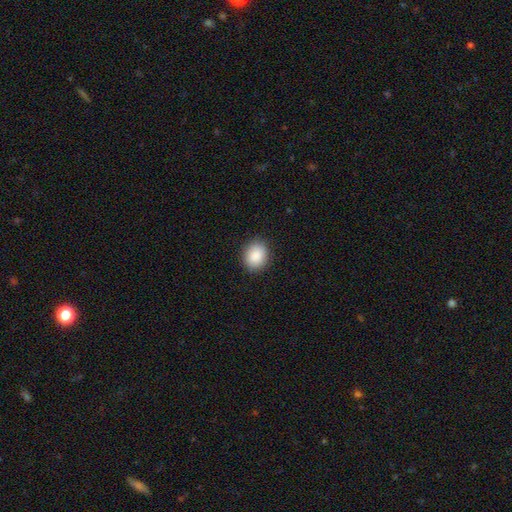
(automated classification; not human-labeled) Overall: smooth (89%). How rounded: round (59%; in between 40%). Merging: none (89%).